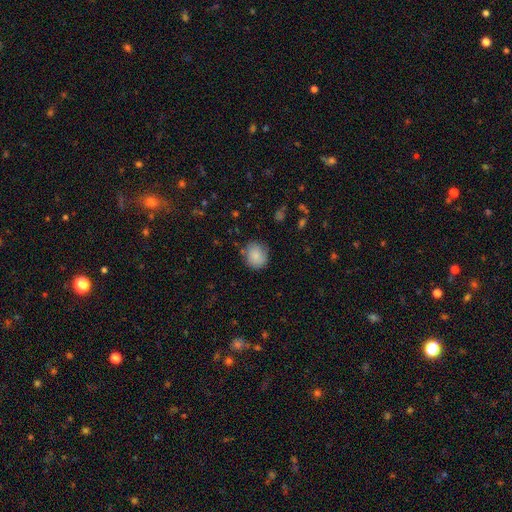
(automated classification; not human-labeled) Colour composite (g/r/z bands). It shows a smooth galaxy with no disk features (83%) that is round (79%). Merging: none (76%).